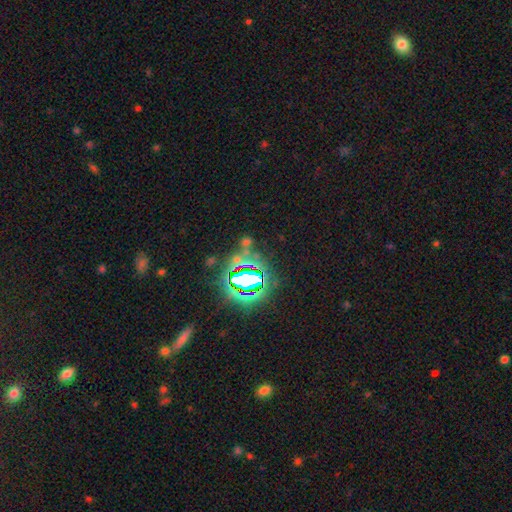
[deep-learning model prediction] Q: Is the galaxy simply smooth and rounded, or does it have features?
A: star or artifact — 76%.